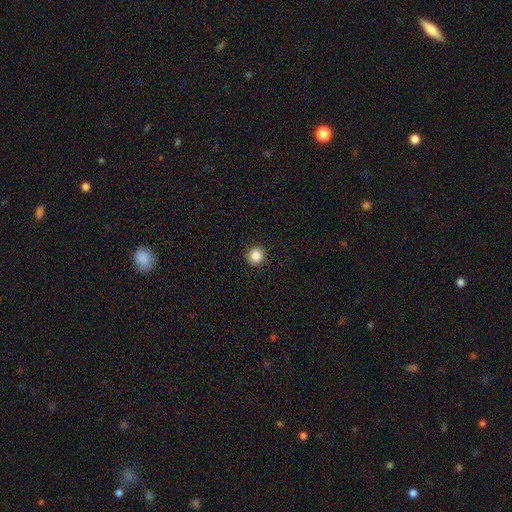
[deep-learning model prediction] A smooth galaxy with no disk features (87%) that is round (95%). Merging: none (92%).